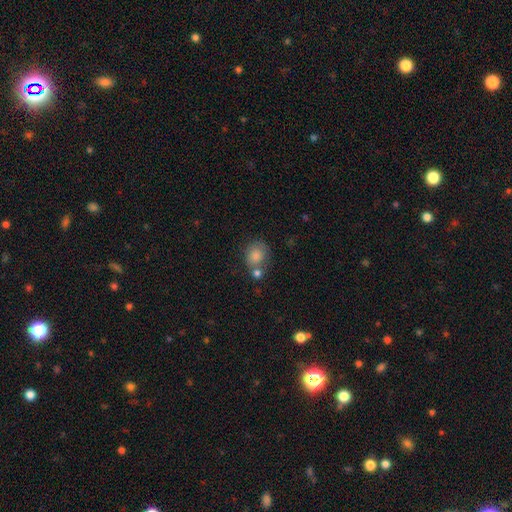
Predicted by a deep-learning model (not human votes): Overall: smooth (81%). How rounded: round (67%; in between 32%). Merging: none (48%; merger 27%).